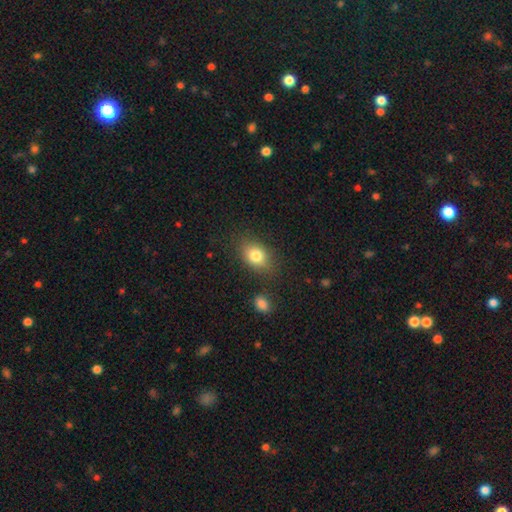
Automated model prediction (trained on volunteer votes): Overall: smooth (81%). How rounded: in between (73%). Merging: none (78%).